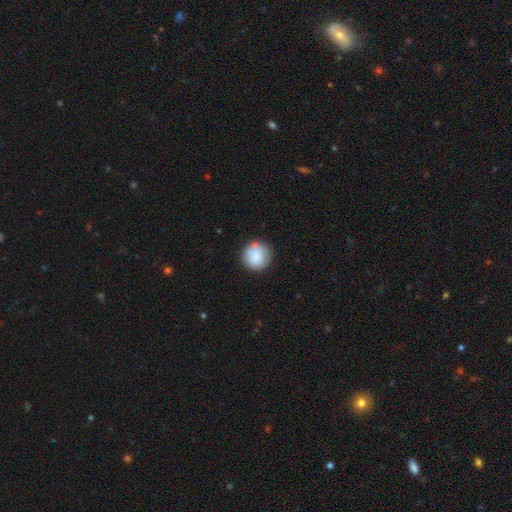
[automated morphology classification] Overall: smooth (84%). How rounded: round (94%). Merging: none (81%).